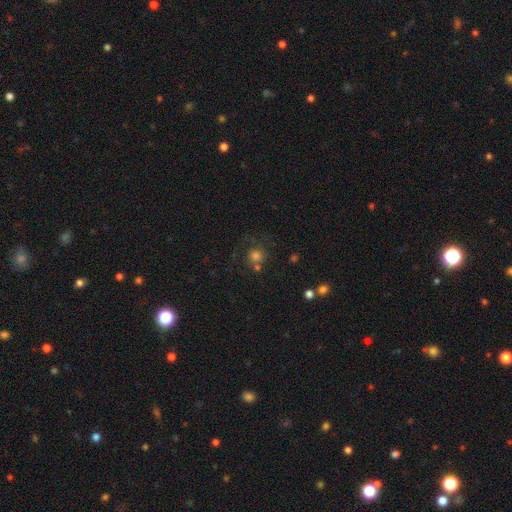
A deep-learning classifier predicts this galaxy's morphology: Q: Smooth or featured?
A: smooth (74%); runner-up: star or artifact (14%)
Q: How rounded?
A: round (89%); runner-up: in between (10%)
Q: Merging?
A: none (57%); runner-up: minor disturbance (15%)